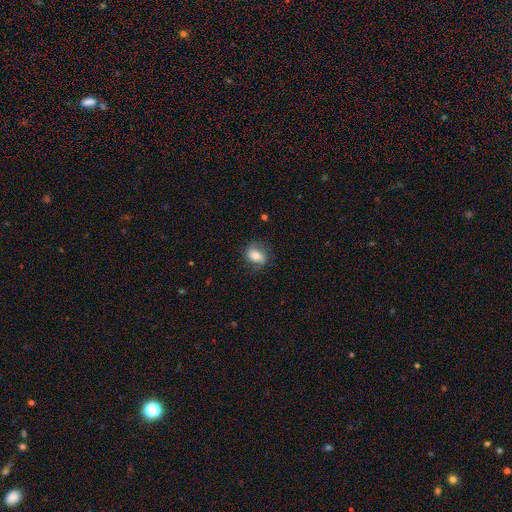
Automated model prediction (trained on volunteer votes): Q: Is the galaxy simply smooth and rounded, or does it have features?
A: smooth — 59%.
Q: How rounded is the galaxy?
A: in between — 64%.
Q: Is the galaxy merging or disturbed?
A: none — 72%.